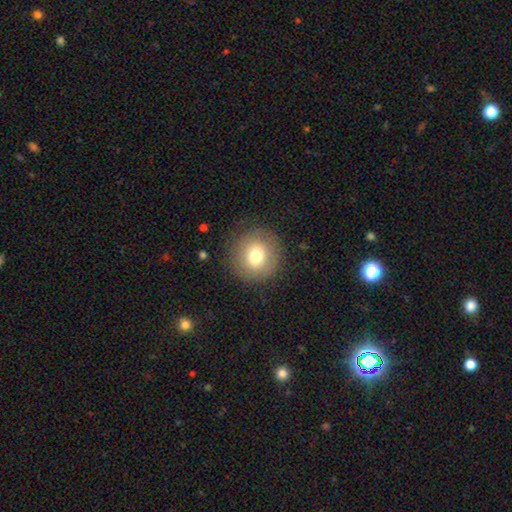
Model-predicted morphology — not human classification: Smooth or featured: smooth — 73% (featured or disk — 17%)
How rounded: round — 92% (in between — 7%)
Merging: none — 86% (minor disturbance — 9%)